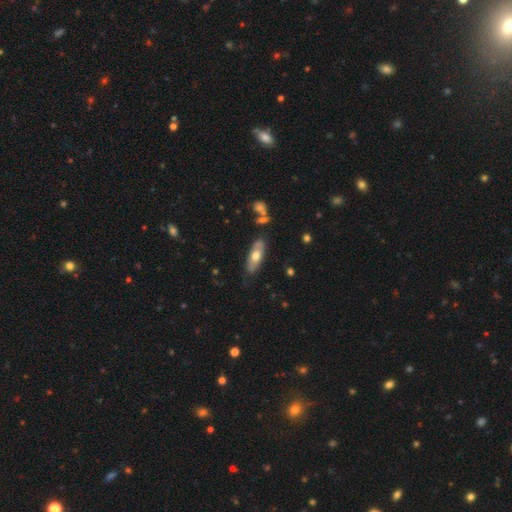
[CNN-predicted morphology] smooth 58%, featured or disk 37%, star or artifact 6%. Down the decision tree: how rounded — in between (72%); merging — none (75%).